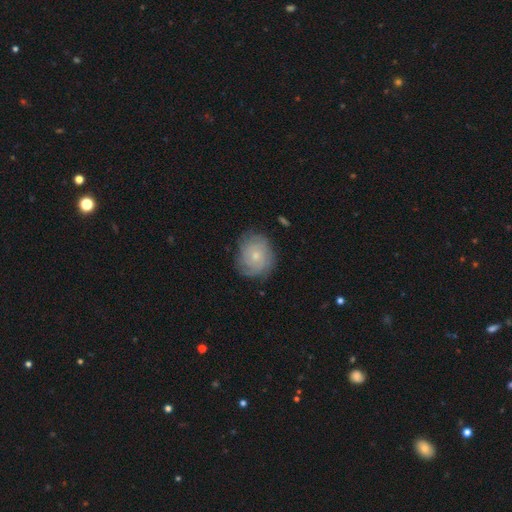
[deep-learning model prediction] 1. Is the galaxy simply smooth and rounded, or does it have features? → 55% featured or disk, 37% smooth, 8% star or artifact.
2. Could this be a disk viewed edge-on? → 97% no, 3% yes.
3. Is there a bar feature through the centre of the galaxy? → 84% no, 14% weak, 2% strong.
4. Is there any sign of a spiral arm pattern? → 82% yes, 18% no.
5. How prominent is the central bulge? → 67% small, 29% moderate, 2% none, 2% large, 1% dominant.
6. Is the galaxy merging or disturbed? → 72% none, 20% minor disturbance, 7% major disturbance, 1% merger.